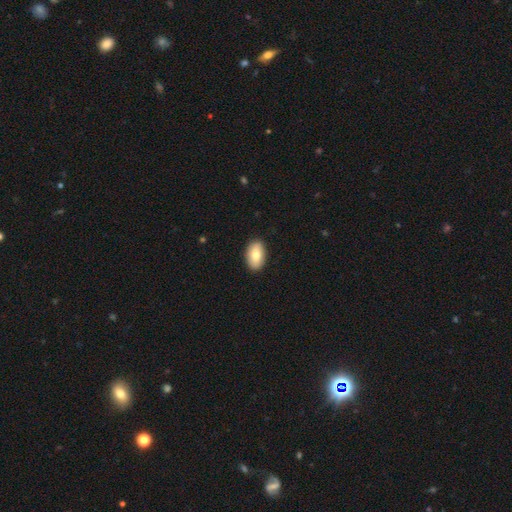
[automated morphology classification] A smooth galaxy with no disk features (79%) that is in between round and cigar-shaped (93%).

Vote fractions:
- Smooth or featured? smooth: 79% / featured or disk: 15% / star or artifact: 6%
- How rounded? in between: 93% / round: 6% / cigar-shaped: 2%
- Merging? none: 90% / minor disturbance: 8% / major disturbance: 2% / merger: 1%